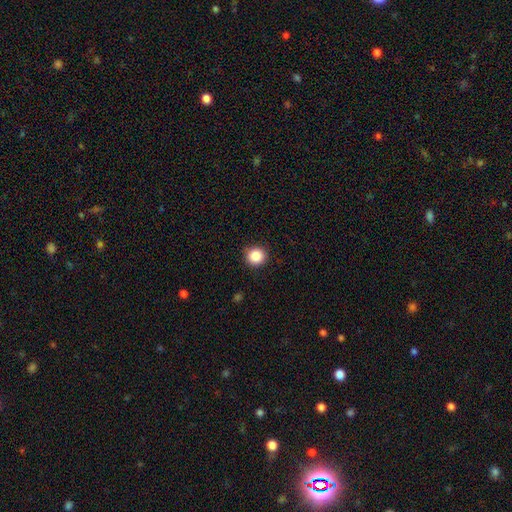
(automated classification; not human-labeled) Smooth or featured? Predicted: smooth (p=0.87). How rounded? Predicted: round (p=0.93). Merging? Predicted: none (p=0.90).